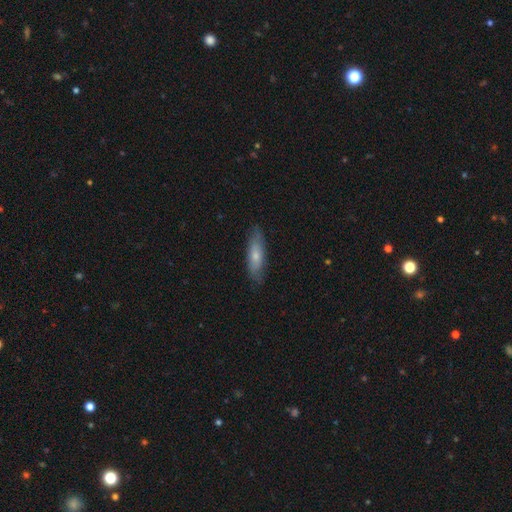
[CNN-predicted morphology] Smooth or featured?
  - smooth: 64% *
  - featured or disk: 30%
  - star or artifact: 6%
How rounded?
  - cigar-shaped: 52% *
  - in between: 46%
  - round: 2%
Merging?
  - none: 80% *
  - minor disturbance: 16%
  - major disturbance: 3%
  - merger: 1%